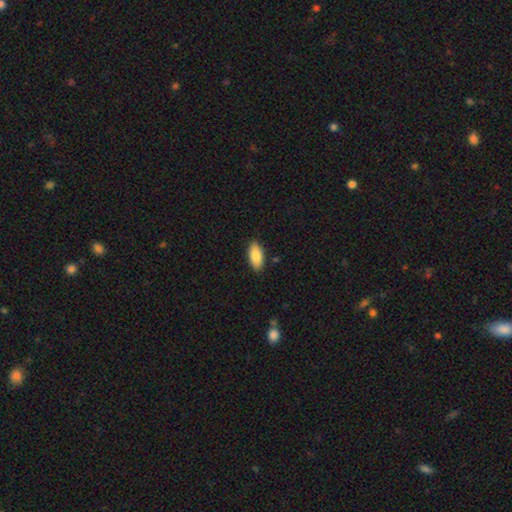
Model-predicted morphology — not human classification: The model was most divided on "smooth or featured": smooth: 85%, featured or disk: 9%, star or artifact: 6%. More confident: how rounded — in between (90%); merging — none (87%).